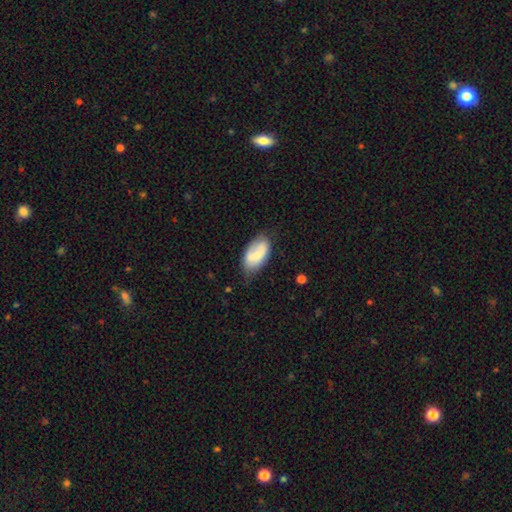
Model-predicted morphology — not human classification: Smooth or featured?
  - smooth: 65% *
  - featured or disk: 29%
  - star or artifact: 7%
How rounded?
  - in between: 94% *
  - round: 4%
  - cigar-shaped: 2%
Merging?
  - none: 59% *
  - minor disturbance: 31%
  - major disturbance: 8%
  - merger: 2%